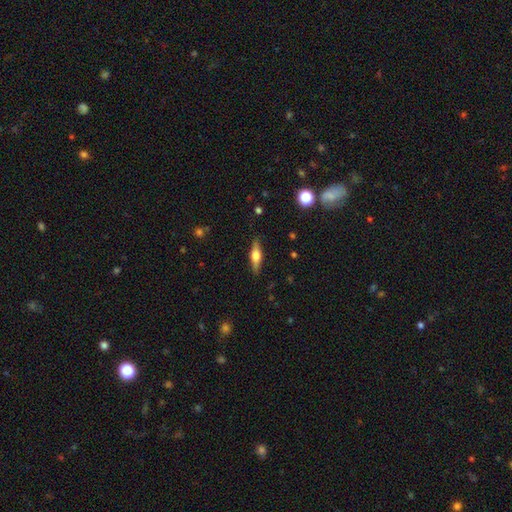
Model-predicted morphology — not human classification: smooth_or_featured: featured or disk (p=0.49) [alt: smooth p=0.45]
merging: none (p=0.87) [alt: minor disturbance p=0.10]